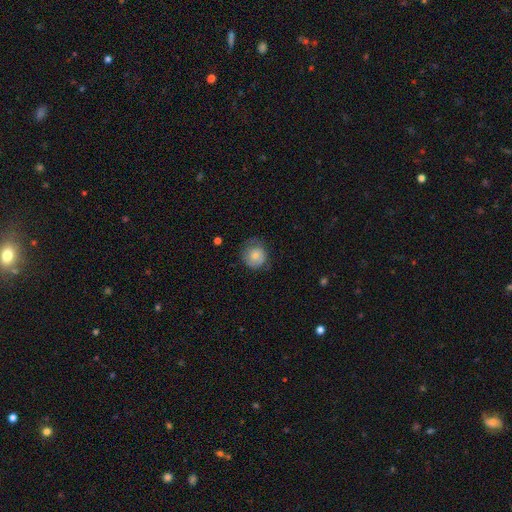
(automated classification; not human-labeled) This is likely a smooth galaxy (70%). How rounded: clearly round (83%). Merging: likely none (61%).